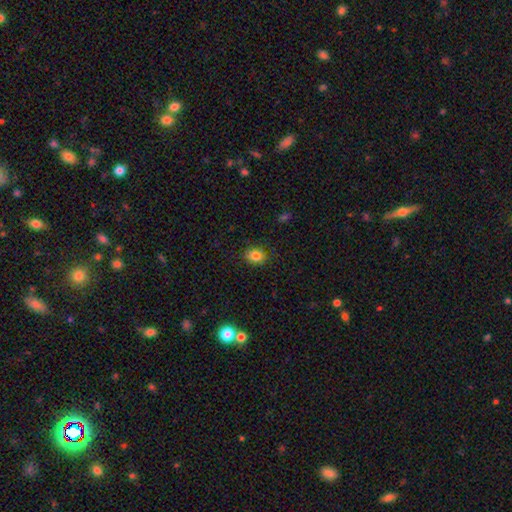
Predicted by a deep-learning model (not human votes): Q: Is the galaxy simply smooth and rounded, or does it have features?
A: smooth — 83%.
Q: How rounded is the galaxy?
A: in between — 53%.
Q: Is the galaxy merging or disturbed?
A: none — 85%.